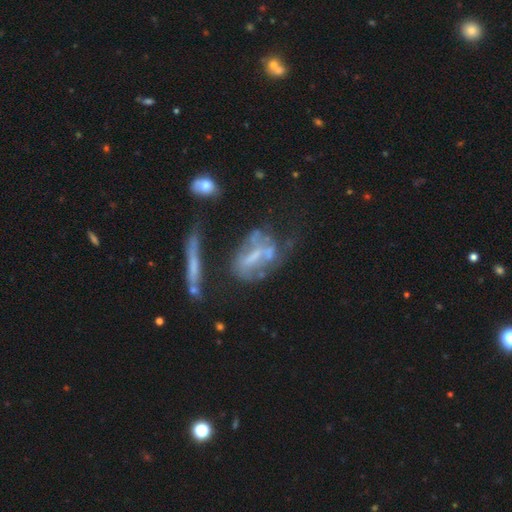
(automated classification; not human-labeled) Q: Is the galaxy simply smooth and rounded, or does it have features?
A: featured or disk — 62%.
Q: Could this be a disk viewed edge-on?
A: no — 89%.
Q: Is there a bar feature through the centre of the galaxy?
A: no — 48%.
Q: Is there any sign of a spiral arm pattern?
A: no — 70%.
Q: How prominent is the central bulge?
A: none — 46%.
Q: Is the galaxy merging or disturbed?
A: major disturbance — 31%.